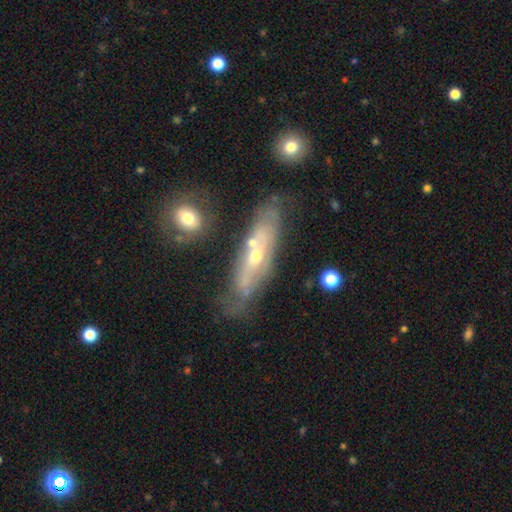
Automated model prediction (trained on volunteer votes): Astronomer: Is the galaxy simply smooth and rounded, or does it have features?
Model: featured or disk — 69%.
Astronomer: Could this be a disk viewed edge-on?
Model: no — 64%.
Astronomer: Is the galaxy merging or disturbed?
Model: none — 61%.